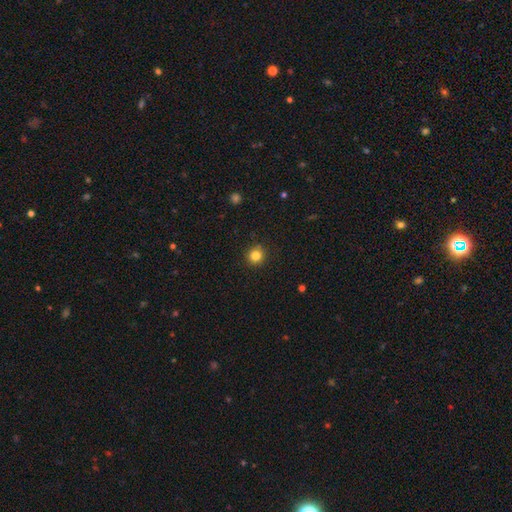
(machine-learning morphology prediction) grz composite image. It shows a smooth galaxy with no disk features (83%) that is round (93%). Merging: none (92%).